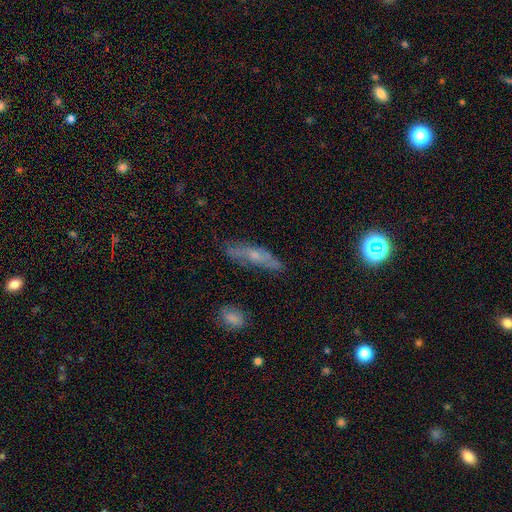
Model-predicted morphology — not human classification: A featured or disk galaxy (47%).

Vote fractions:
- Smooth or featured? featured or disk: 47% / smooth: 42% / star or artifact: 11%
- Merging? none: 68% / minor disturbance: 23% / major disturbance: 7% / merger: 2%